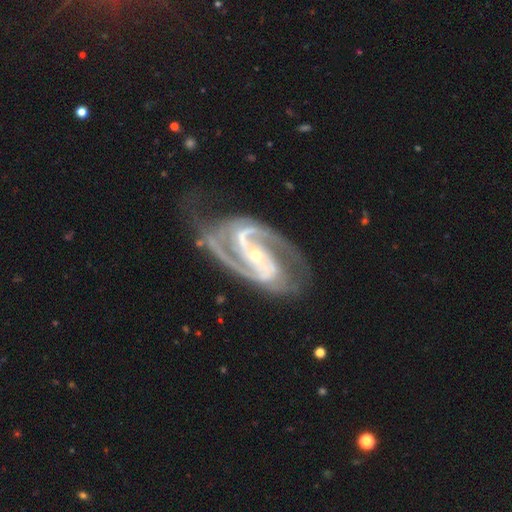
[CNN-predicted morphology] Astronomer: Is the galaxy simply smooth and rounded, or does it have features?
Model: featured or disk — 93%.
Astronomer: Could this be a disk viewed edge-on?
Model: no — 97%.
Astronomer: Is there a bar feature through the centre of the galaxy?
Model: strong — 38% (runner-up: no, 31%).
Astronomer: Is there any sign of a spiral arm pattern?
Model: yes — 98%.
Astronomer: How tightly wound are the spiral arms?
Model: medium — 58%.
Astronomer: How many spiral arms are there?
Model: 2 — 83%.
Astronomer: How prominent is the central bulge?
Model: small — 71%.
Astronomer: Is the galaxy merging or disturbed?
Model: none — 55%.